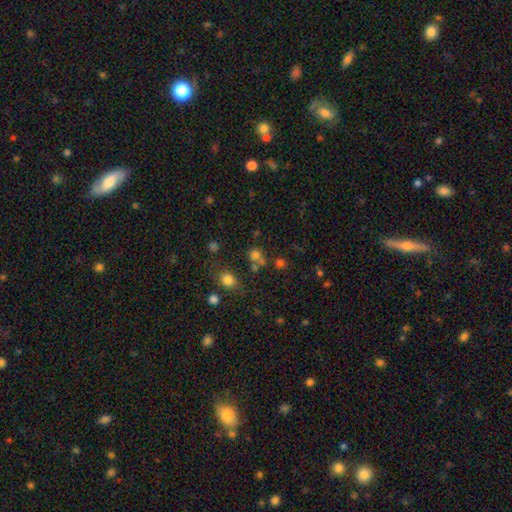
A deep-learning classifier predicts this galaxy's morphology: Smooth or featured? smooth (71%)
How rounded? round (77%)
Merging? none (56%)